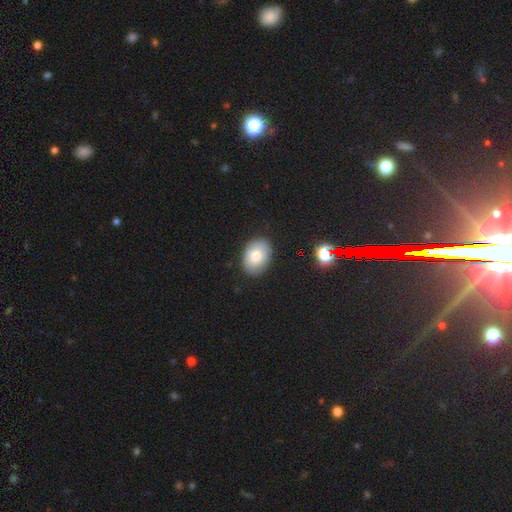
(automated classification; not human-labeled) Smooth or featured? smooth (76%)
How rounded? in between (78%)
Merging? none (86%)